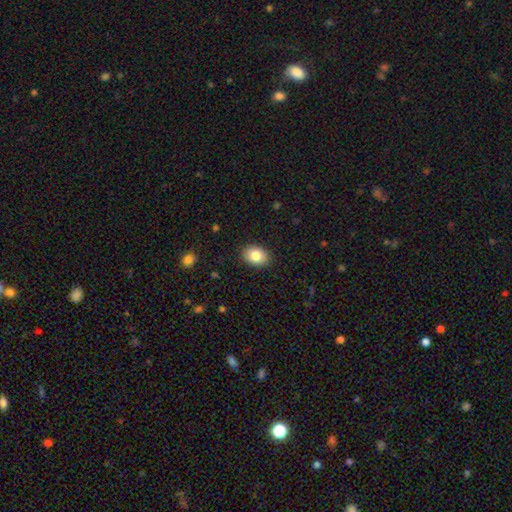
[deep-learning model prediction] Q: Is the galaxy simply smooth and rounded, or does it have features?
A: smooth — 84%.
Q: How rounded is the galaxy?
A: in between — 72%.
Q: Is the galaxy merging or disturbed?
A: none — 89%.